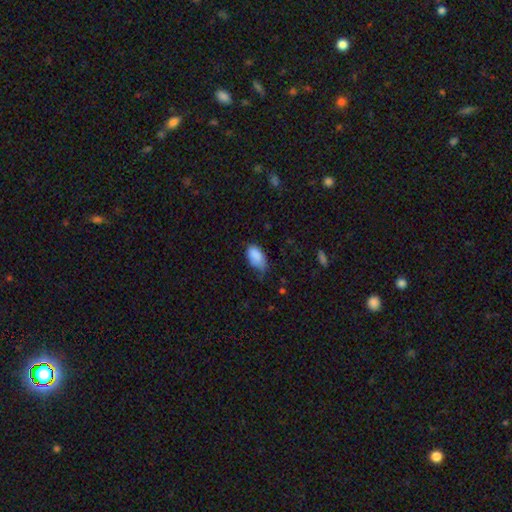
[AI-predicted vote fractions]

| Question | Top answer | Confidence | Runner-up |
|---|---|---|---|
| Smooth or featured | smooth | 86% | star or artifact (7%) |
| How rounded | in between | 93% | round (5%) |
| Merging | minor disturbance | 44% | none (42%) |